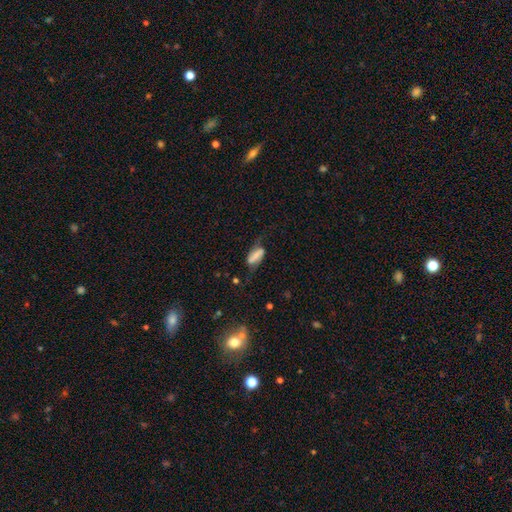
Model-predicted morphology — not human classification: This appears to be a featured or disk galaxy (50%). Merging: none (49%).